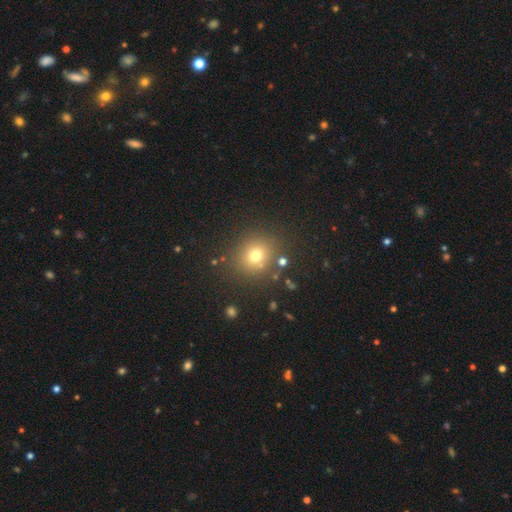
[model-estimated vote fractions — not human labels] smooth_or_featured: smooth (p=0.71) [alt: star or artifact p=0.19]
how_rounded: round (p=0.83) [alt: in between p=0.16]
merging: none (p=0.82) [alt: minor disturbance p=0.09]